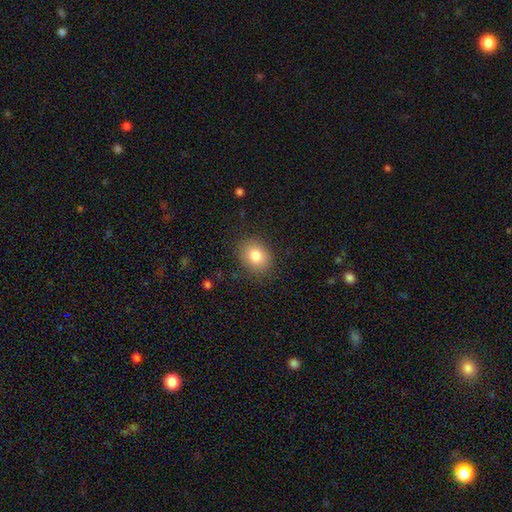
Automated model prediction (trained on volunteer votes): The model was most divided on "how rounded": in between: 51%, round: 48%, cigar-shaped: 1%. More confident: merging — none (85%); smooth or featured — smooth (82%).